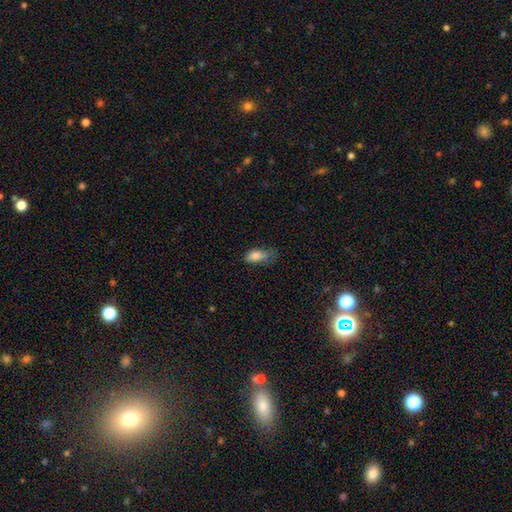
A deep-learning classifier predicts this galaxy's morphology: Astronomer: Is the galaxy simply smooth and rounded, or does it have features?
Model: smooth — 83%.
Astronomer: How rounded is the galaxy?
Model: in between — 87%.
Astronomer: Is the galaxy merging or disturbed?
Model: none — 42% (runner-up: minor disturbance, 39%).